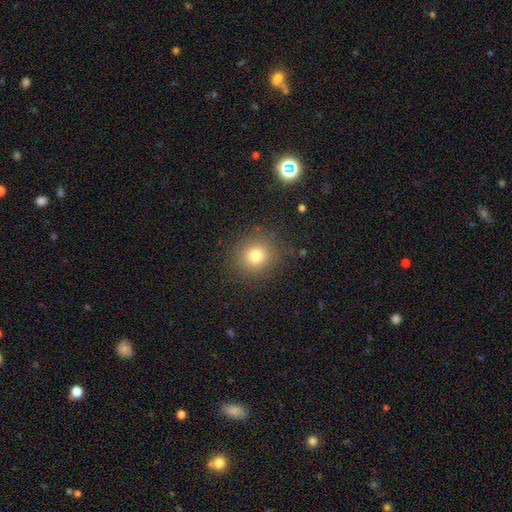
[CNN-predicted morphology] Smooth or featured?
  - smooth: 78% *
  - star or artifact: 14%
  - featured or disk: 8%
How rounded?
  - round: 88% *
  - in between: 11%
  - cigar-shaped: 1%
Merging?
  - none: 87% *
  - minor disturbance: 8%
  - major disturbance: 3%
  - merger: 1%